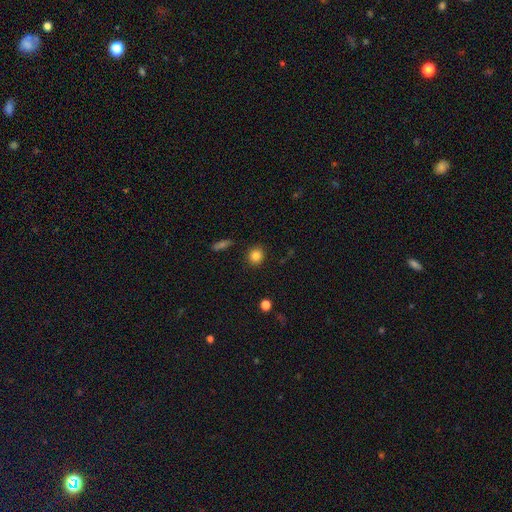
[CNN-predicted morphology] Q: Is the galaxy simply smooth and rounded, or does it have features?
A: smooth — 85%.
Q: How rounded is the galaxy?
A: round — 84%.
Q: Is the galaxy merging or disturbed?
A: none — 88%.